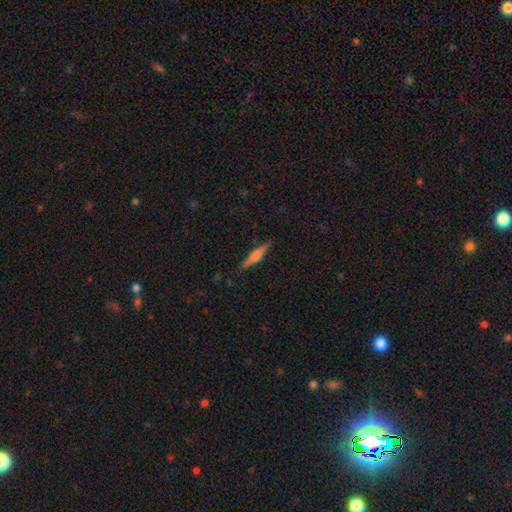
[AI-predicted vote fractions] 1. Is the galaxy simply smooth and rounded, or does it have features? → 51% featured or disk, 42% smooth, 6% star or artifact.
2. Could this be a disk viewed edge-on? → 96% yes, 4% no.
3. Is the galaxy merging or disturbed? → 89% none, 8% minor disturbance, 2% major disturbance, 1% merger.